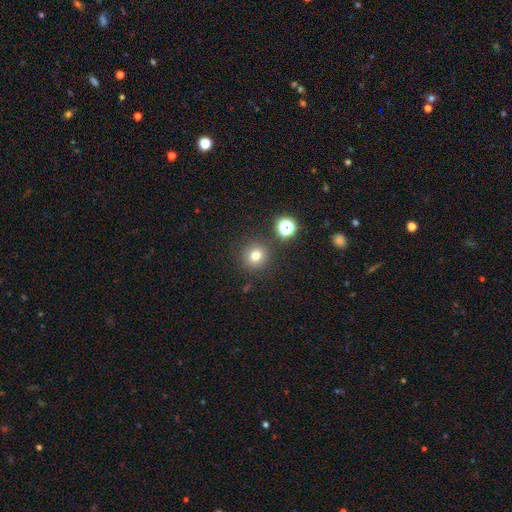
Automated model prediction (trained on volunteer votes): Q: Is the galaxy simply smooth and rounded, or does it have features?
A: smooth — 74%.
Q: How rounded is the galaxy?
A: round — 93%.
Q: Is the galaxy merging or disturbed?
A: none — 87%.